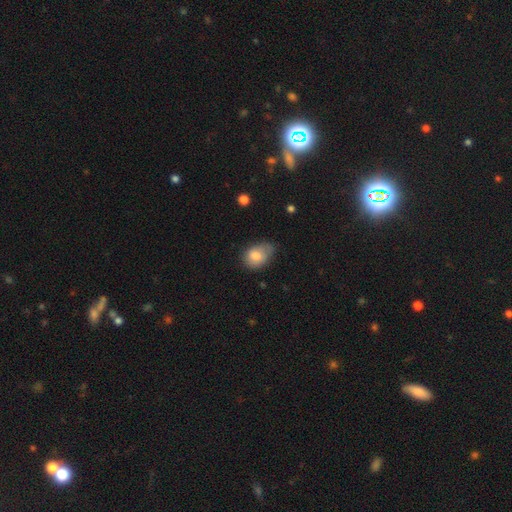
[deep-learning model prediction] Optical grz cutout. It shows a smooth galaxy with no disk features (77%) that is in between round and cigar-shaped (73%). Merging: none (44%).